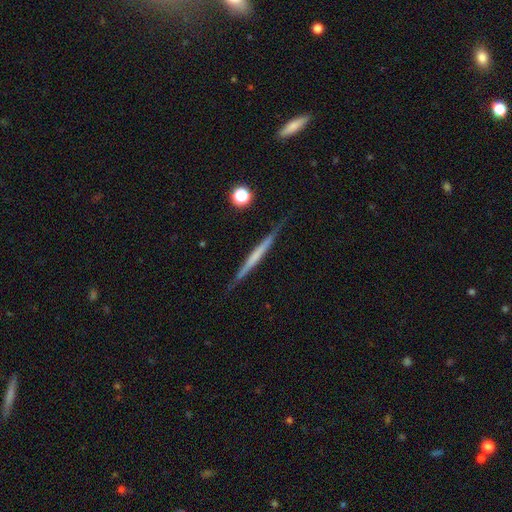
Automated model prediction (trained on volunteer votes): Smooth or featured? Predicted: featured or disk (p=0.59). Edge-on disk? Predicted: yes (p=0.97). Edge-on bulge? Predicted: none (p=0.83). Merging? Predicted: none (p=0.87).